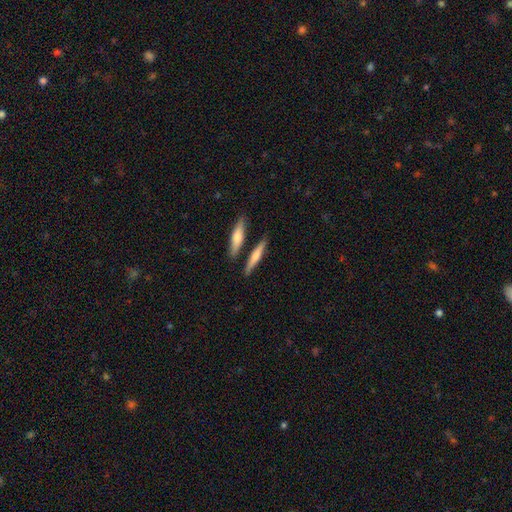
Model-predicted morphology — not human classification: smooth_or_featured: smooth (p=0.58) [alt: featured or disk p=0.36]
how_rounded: cigar-shaped (p=0.86) [alt: in between p=0.11]
merging: none (p=0.78) [alt: merger p=0.10]